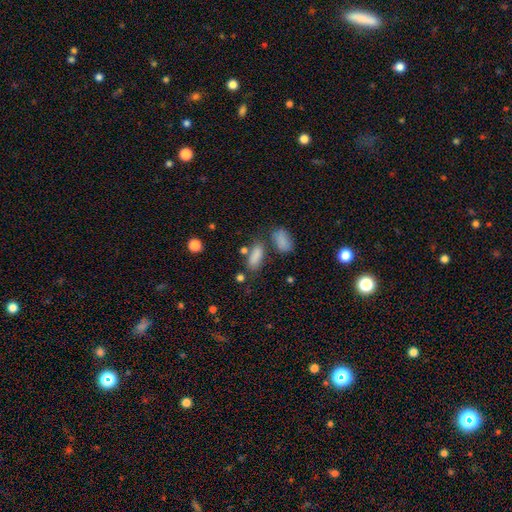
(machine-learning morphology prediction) smooth 83%, star or artifact 10%, featured or disk 7%. Down the decision tree: how rounded — in between (75%); merging — none (62%).